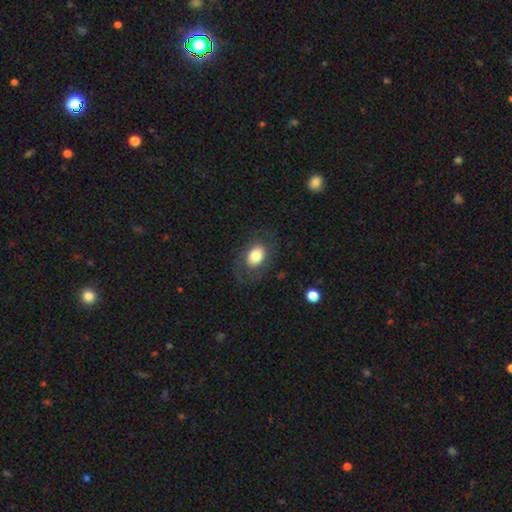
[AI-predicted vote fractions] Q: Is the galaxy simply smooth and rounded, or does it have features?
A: smooth — 73%.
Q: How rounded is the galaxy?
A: in between — 77%.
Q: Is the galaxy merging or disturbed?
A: none — 73%.